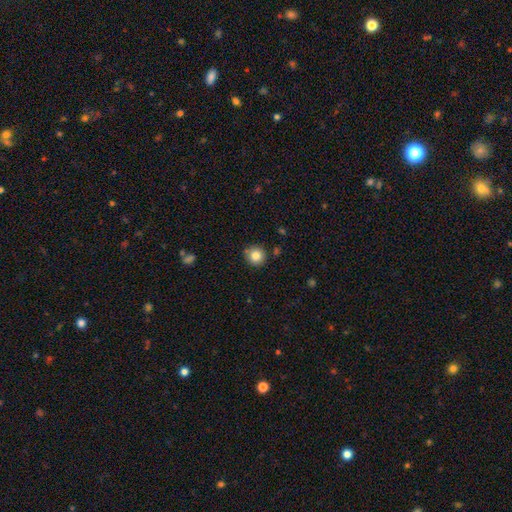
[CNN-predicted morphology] Smooth or featured? Predicted: smooth (p=0.83). How rounded? Predicted: round (p=0.94). Merging? Predicted: none (p=0.85).